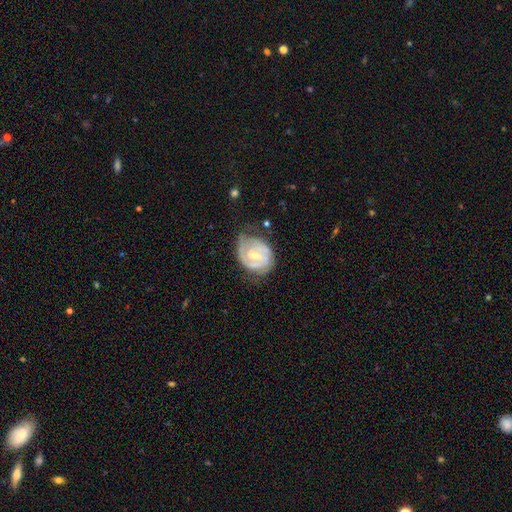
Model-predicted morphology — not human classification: Smooth or featured? featured or disk (76%)
Edge-on disk? no (97%)
Bar? weak (53%)
Spiral arms? yes (83%)
Spiral winding? tight (55%)
Spiral arm count? 2 (53%)
Bulge size? moderate (51%)
Merging? none (50%)